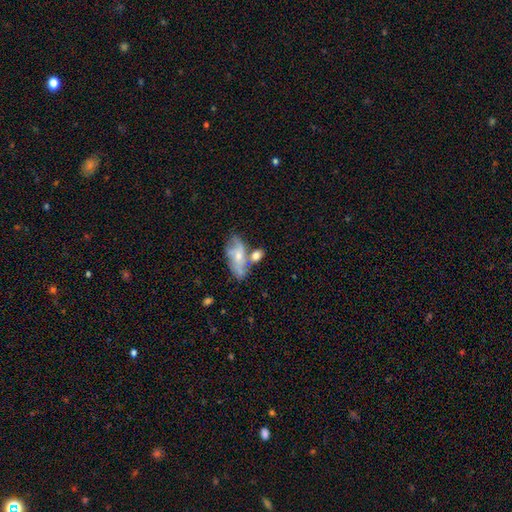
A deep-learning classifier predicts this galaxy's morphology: Smooth or featured? Predicted: smooth (p=0.55). How rounded? Predicted: in between (p=0.76). Merging? Predicted: none (p=0.43).